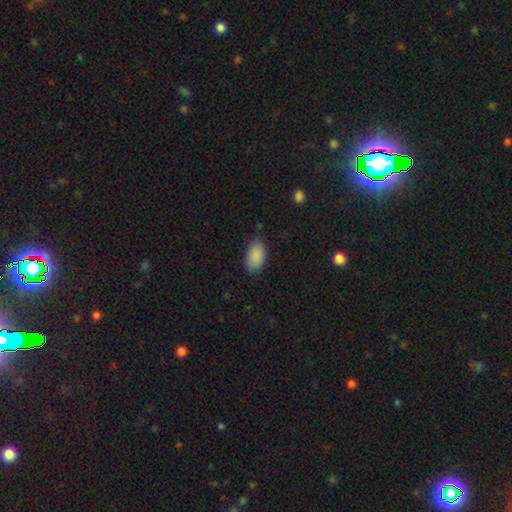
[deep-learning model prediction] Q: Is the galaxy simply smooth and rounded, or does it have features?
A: smooth — 89%.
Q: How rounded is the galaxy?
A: in between — 94%.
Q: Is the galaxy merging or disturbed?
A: none — 81%.